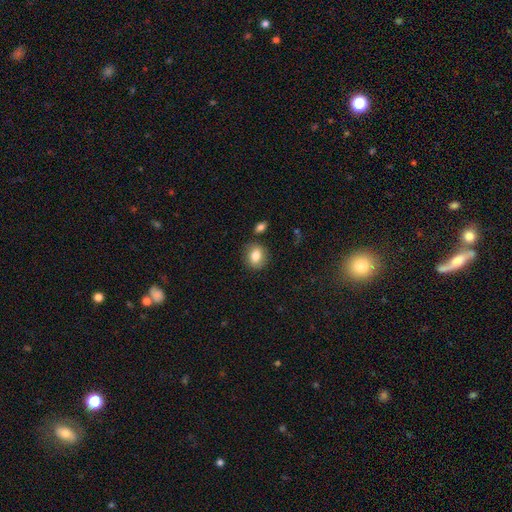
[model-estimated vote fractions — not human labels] This is clearly a smooth galaxy (81%). How rounded: likely round (60%). Merging: clearly none (81%).